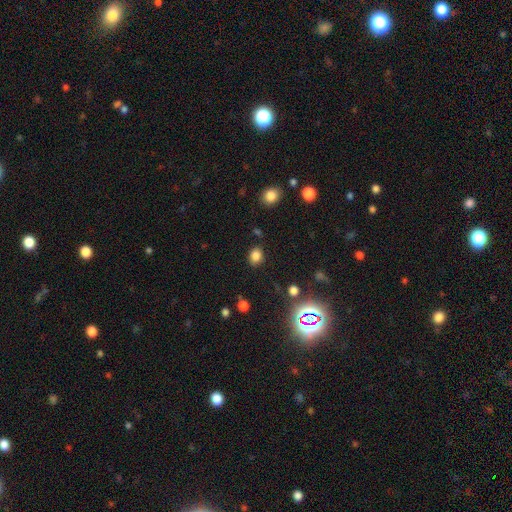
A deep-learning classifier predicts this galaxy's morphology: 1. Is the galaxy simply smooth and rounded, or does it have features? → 81% smooth, 14% star or artifact, 5% featured or disk.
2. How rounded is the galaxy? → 51% in between, 48% round, 1% cigar-shaped.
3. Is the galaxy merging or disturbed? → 85% none, 9% minor disturbance, 3% major disturbance, 2% merger.